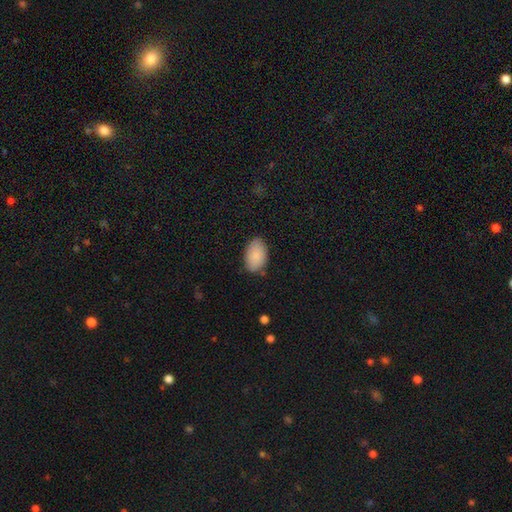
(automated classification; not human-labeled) A smooth galaxy with no disk features (88%) that is in between round and cigar-shaped (93%). Merging: none (82%).